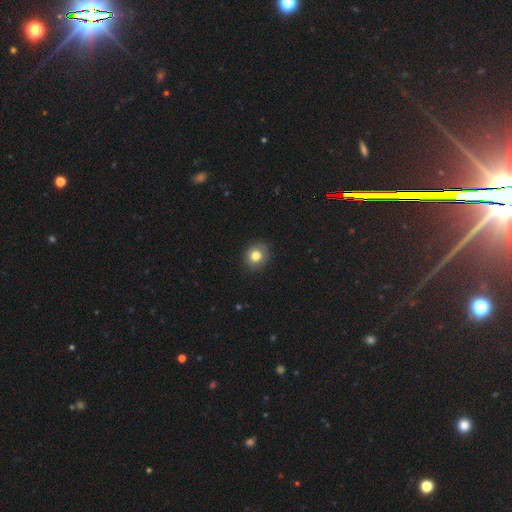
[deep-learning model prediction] This is clearly a smooth galaxy (80%). How rounded: likely round (71%). Merging: clearly none (87%).